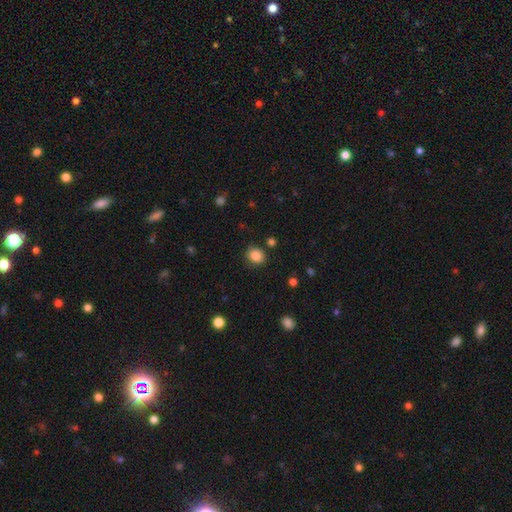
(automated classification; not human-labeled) Smooth or featured?
  - smooth: 85% *
  - star or artifact: 10%
  - featured or disk: 5%
How rounded?
  - round: 75% *
  - in between: 24%
  - cigar-shaped: 1%
Merging?
  - none: 85% *
  - minor disturbance: 10%
  - merger: 3%
  - major disturbance: 3%